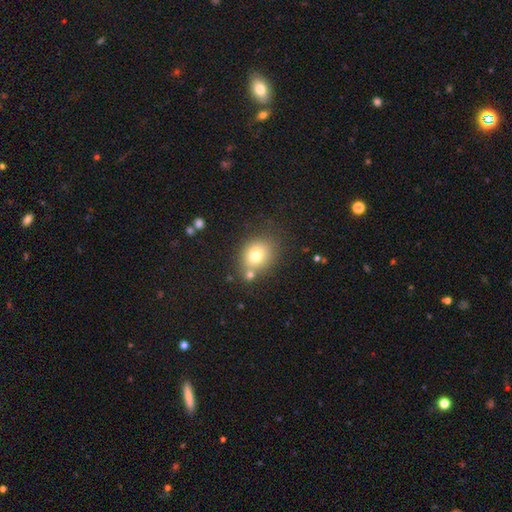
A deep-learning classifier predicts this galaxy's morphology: smooth_or_featured: smooth (p=0.75) [alt: featured or disk p=0.14]
how_rounded: round (p=0.55) [alt: in between p=0.44]
merging: none (p=0.64) [alt: merger p=0.16]